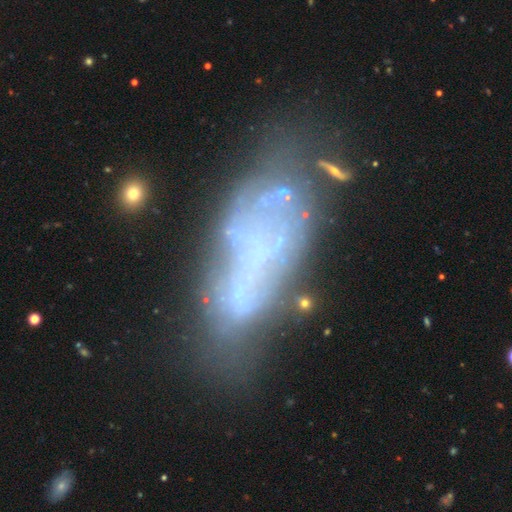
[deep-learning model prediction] smooth_or_featured: featured or disk (p=0.57) [alt: smooth p=0.29]
disk_edge_on: no (p=0.88) [alt: yes p=0.12]
merging: none (p=0.43) [alt: major disturbance p=0.24]